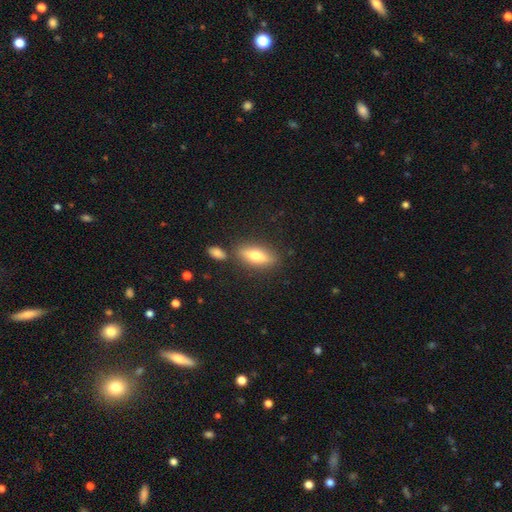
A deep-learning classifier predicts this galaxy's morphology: smooth-or-featured: smooth: 61% | featured or disk: 32% | star or artifact: 7%
  how-rounded: in between: 60% | cigar-shaped: 37% | round: 3%
  merging: none: 77% | minor disturbance: 11% | merger: 9% | major disturbance: 3%